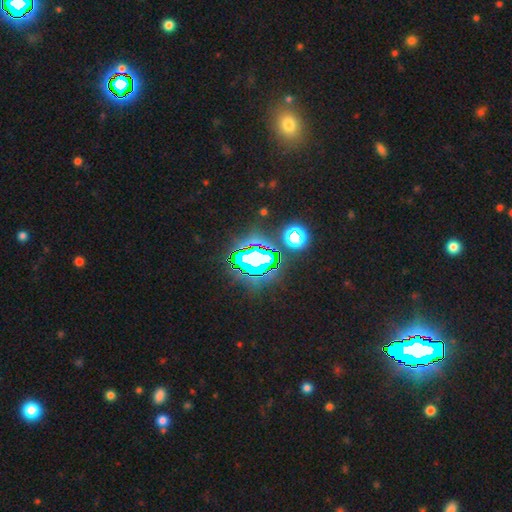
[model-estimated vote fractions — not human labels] Overall: star or artifact (72%).